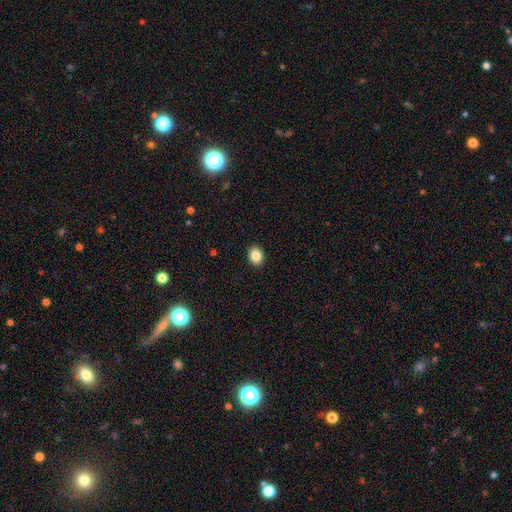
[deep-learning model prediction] This is clearly a smooth galaxy (86%). How rounded: possibly in between (52%). Merging: clearly none (91%).